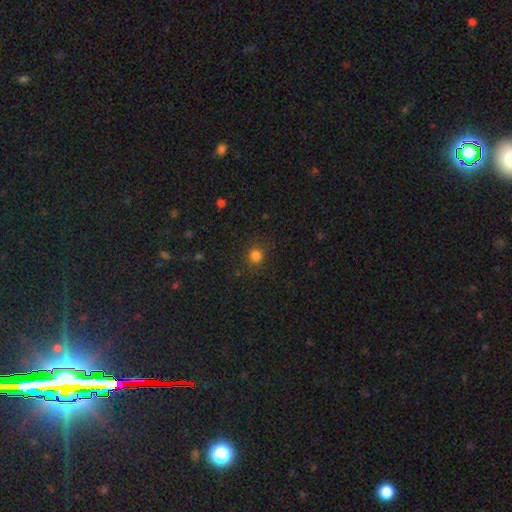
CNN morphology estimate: smooth 82%, star or artifact 14%, featured or disk 4%. Down the decision tree: how rounded — round (90%); merging — none (86%).